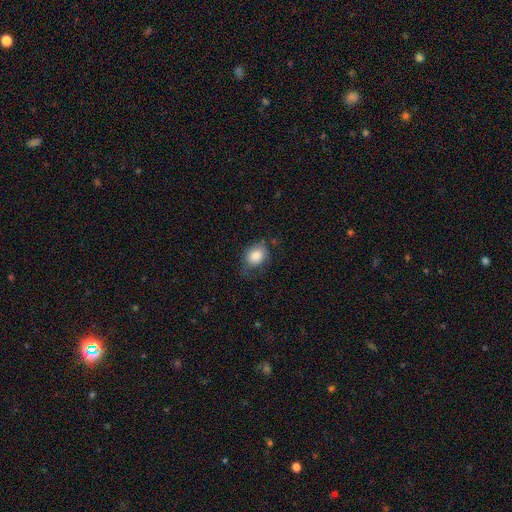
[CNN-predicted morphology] Smooth or featured: smooth — 83% (featured or disk — 9%)
How rounded: in between — 59% (round — 40%)
Merging: none — 60% (minor disturbance — 28%)